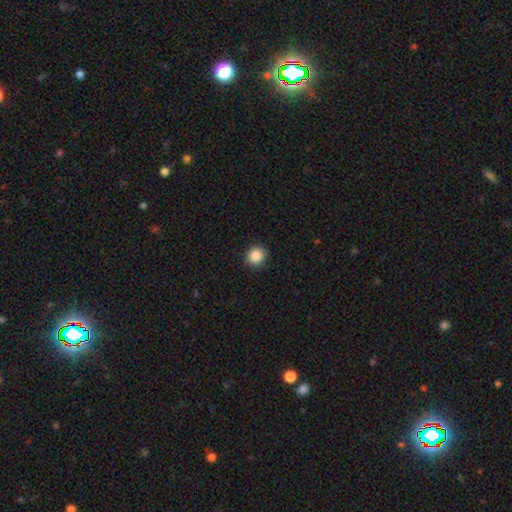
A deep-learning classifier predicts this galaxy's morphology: smooth 88%, star or artifact 9%, featured or disk 3%. Down the decision tree: how rounded — round (93%); merging — none (92%).